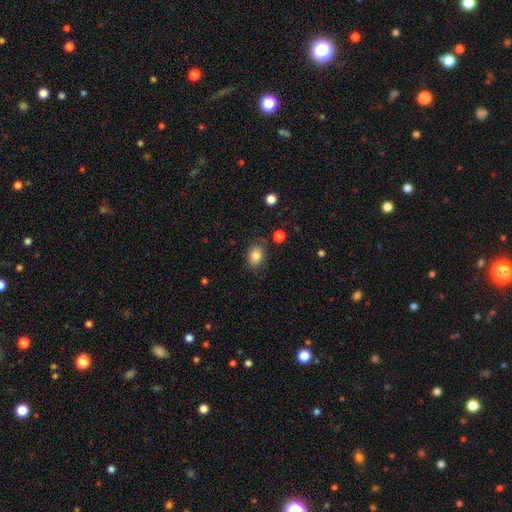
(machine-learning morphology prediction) A smooth galaxy with no disk features (85%) that is in between round and cigar-shaped (68%).

Vote fractions:
- Smooth or featured? smooth: 85% / star or artifact: 9% / featured or disk: 6%
- How rounded? in between: 68% / round: 30% / cigar-shaped: 1%
- Merging? none: 77% / minor disturbance: 16% / major disturbance: 4% / merger: 3%